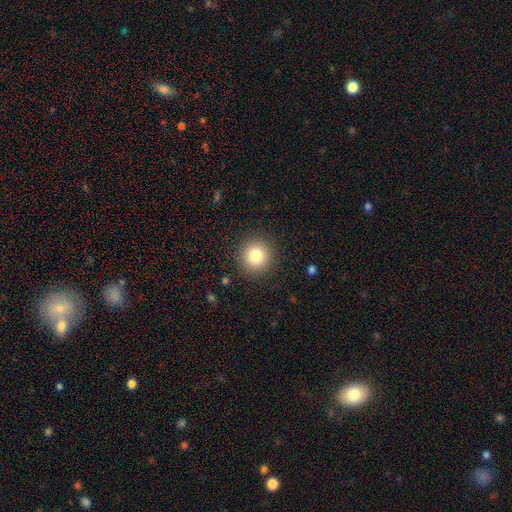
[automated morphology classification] A smooth galaxy with no disk features (82%) that is round (94%). Merging: none (90%).